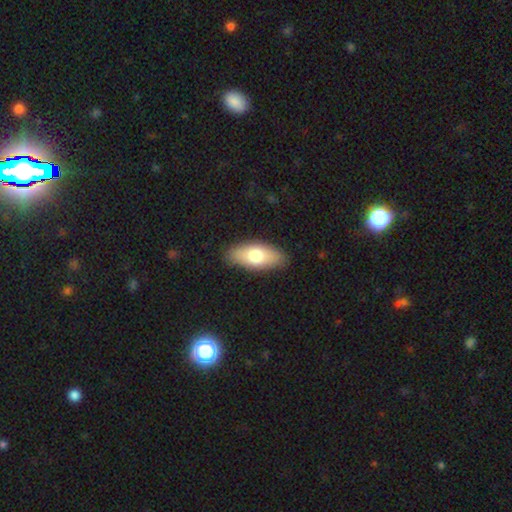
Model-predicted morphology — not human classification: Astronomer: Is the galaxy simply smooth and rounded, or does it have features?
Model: smooth — 73%.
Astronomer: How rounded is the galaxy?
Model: in between — 85%.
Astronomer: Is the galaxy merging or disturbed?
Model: none — 85%.